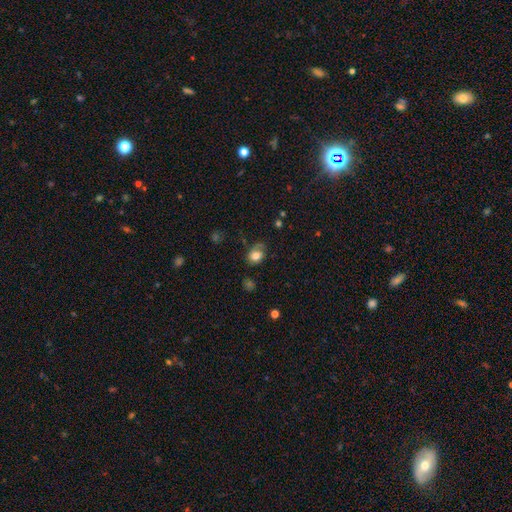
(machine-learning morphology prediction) type=smooth (74%); roundness=in between (61%); merging=none (55%).